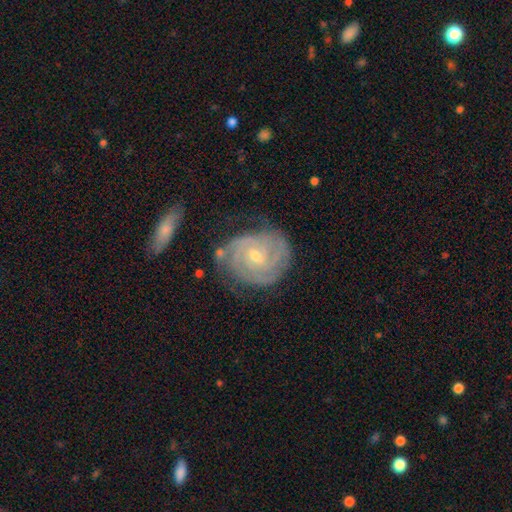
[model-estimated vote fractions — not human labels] Morphology: type=featured or disk (86%); edge-on=no (97%); bar=no (49%); spiral arms=yes (97%); winding=tight (77%); arm count=3 (31%); bulge=small (57%); merging=none (68%).